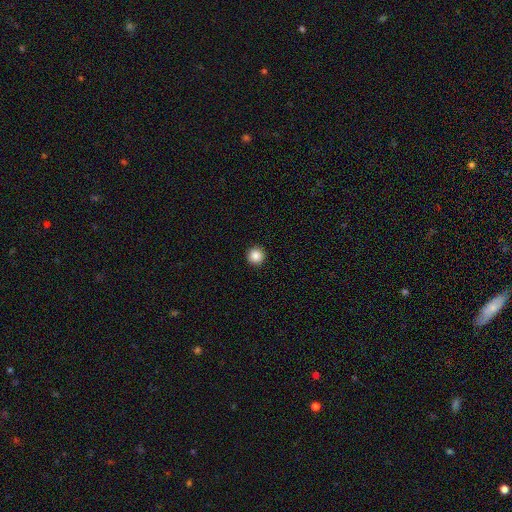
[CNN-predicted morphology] This appears to be a smooth galaxy with no disk features (87%) that is round (96%). Merging: none (94%).